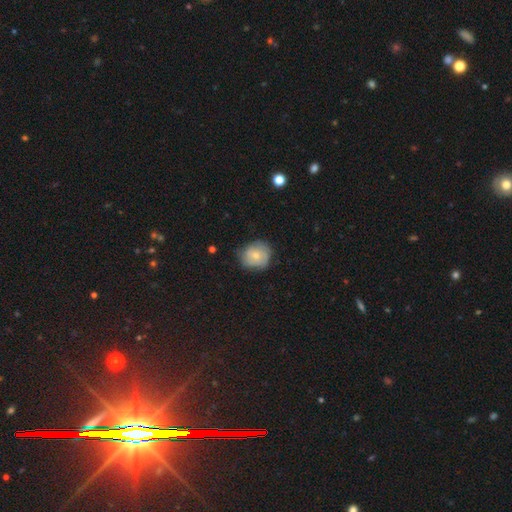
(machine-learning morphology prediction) This appears to be a smooth galaxy with no disk features (59%) that is round (78%). Merging: none (66%).